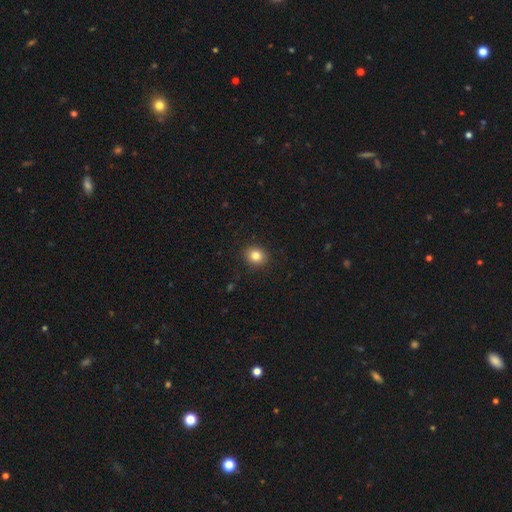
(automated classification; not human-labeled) Smooth or featured? smooth (84%)
How rounded? round (74%)
Merging? none (90%)